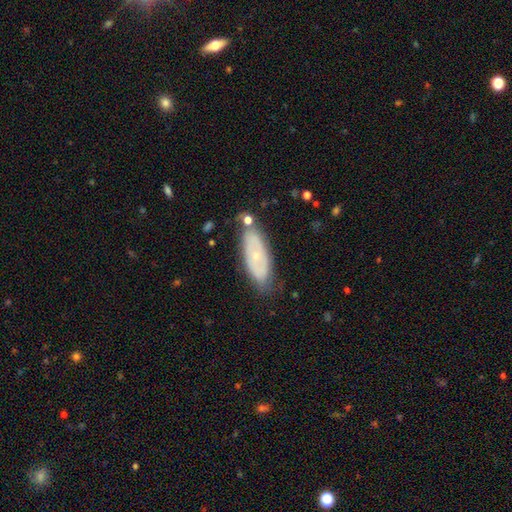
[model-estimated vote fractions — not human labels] This is possibly a featured or disk galaxy (53%). It is clearly not viewed edge-on (84%). Merging: likely none (70%).